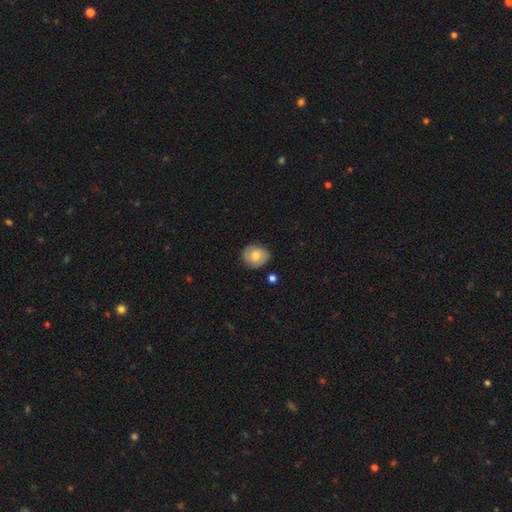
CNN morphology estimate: The model was most divided on "smooth or featured": smooth: 58%, featured or disk: 34%, star or artifact: 8%. More confident: merging — none (79%); how rounded — round (70%).